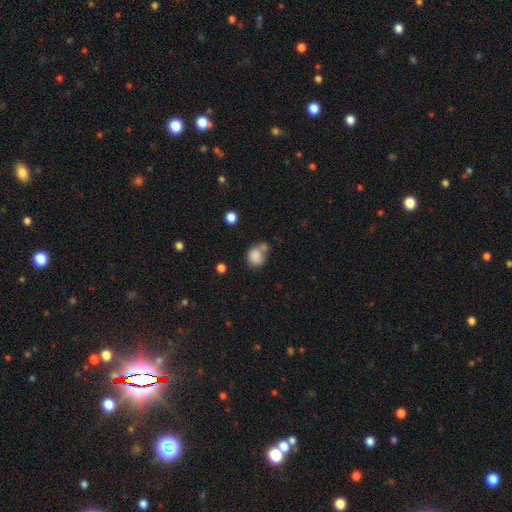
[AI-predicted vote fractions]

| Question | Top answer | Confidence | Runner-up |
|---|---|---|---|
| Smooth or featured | smooth | 83% | star or artifact (10%) |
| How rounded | round | 68% | in between (31%) |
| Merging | none | 40% | merger (34%) |